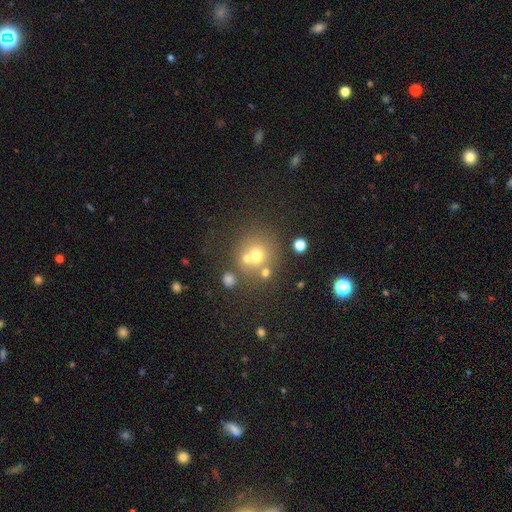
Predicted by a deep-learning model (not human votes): This is possibly a smooth galaxy (60%). How rounded: clearly round (88%). Merging: possibly none (57%).